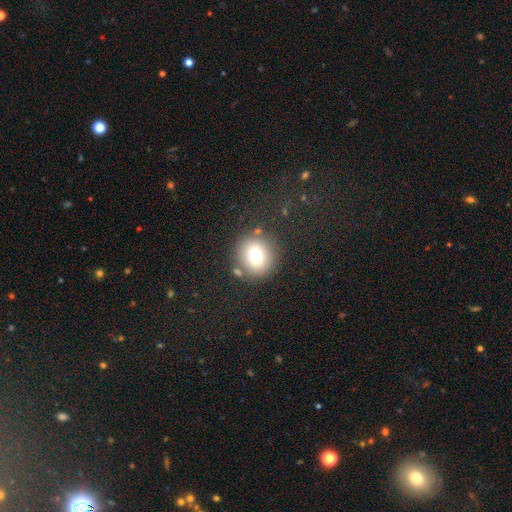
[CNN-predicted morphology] Smooth or featured? smooth (77%)
How rounded? round (80%)
Merging? none (79%)